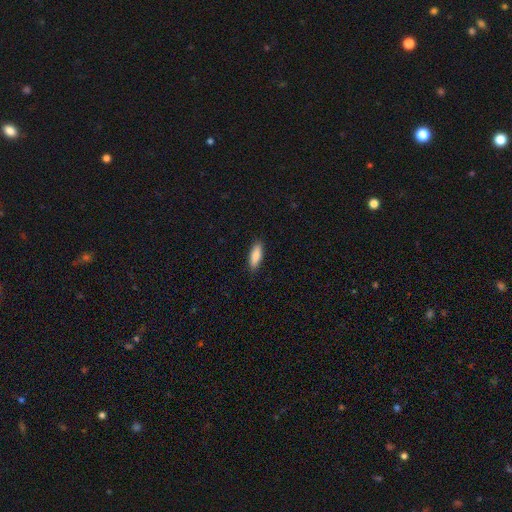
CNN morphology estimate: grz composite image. It shows a smooth galaxy with no disk features (86%) that is in between round and cigar-shaped (58%). Merging: none (90%).